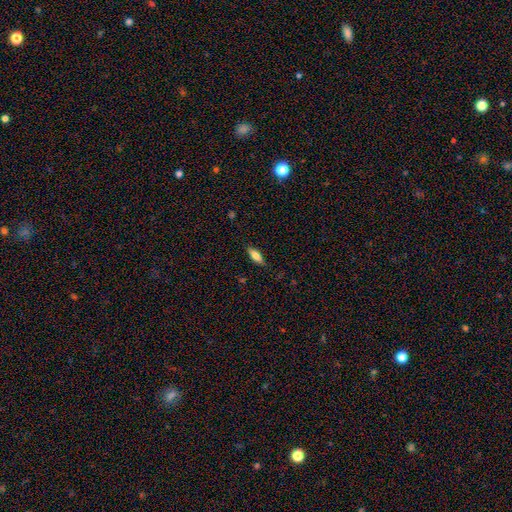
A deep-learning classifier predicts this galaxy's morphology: Smooth or featured? Predicted: smooth (p=0.75). How rounded? Predicted: in between (p=0.67). Merging? Predicted: none (p=0.84).